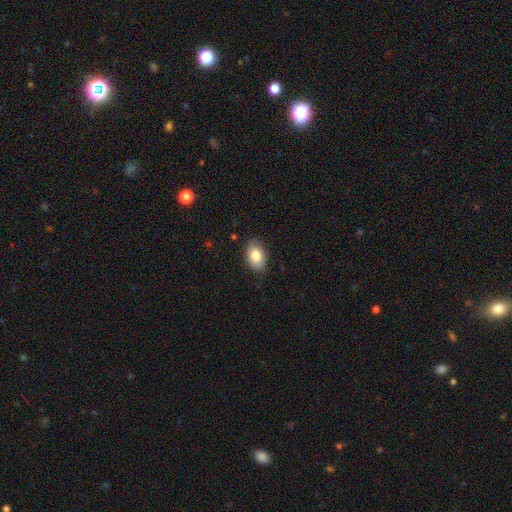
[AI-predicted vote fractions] This appears to be a smooth galaxy with no disk features (83%) that is in between round and cigar-shaped (87%). Merging: none (83%).